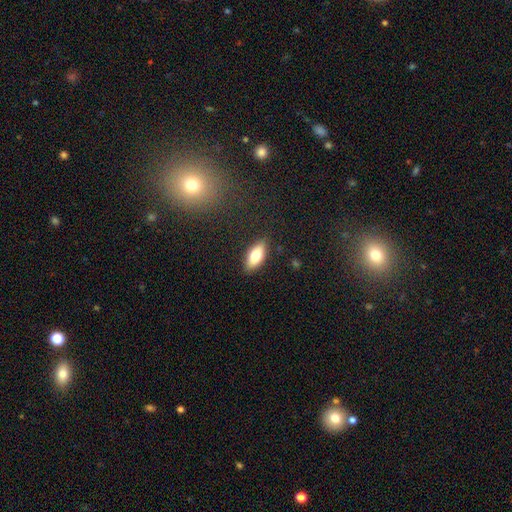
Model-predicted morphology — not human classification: A smooth galaxy with no disk features (75%) that is in between round and cigar-shaped (79%).

Vote fractions:
- Smooth or featured? smooth: 75% / featured or disk: 18% / star or artifact: 7%
- How rounded? in between: 79% / cigar-shaped: 18% / round: 3%
- Merging? none: 87% / minor disturbance: 10% / major disturbance: 2% / merger: 1%